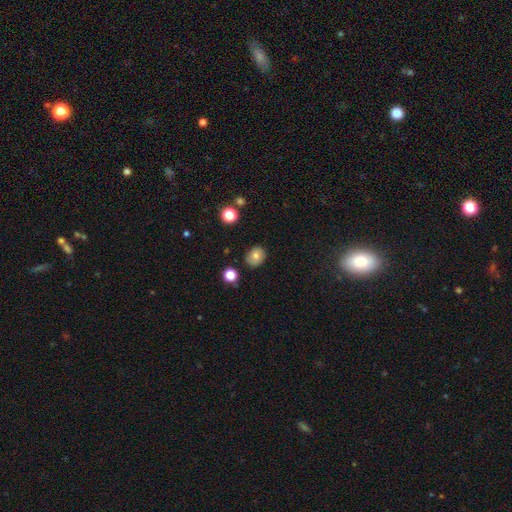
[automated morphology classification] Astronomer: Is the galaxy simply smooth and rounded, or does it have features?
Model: smooth — 76%.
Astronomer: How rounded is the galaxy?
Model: round — 61% (runner-up: in between, 38%).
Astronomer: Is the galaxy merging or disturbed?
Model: none — 84%.